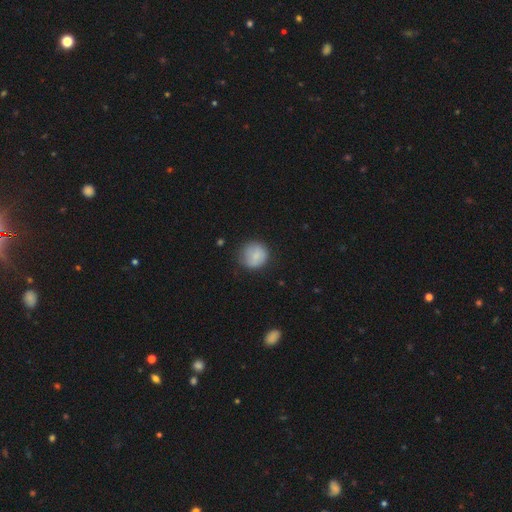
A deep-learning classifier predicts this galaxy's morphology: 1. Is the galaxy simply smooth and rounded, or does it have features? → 80% smooth, 12% featured or disk, 8% star or artifact.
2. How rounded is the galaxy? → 90% round, 9% in between, 1% cigar-shaped.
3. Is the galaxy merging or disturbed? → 74% none, 19% minor disturbance, 5% major disturbance, 2% merger.